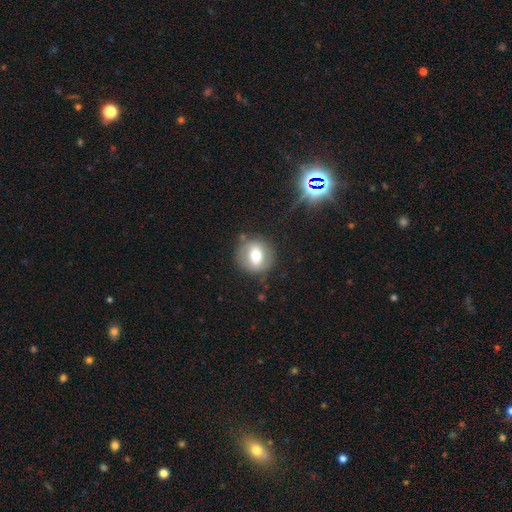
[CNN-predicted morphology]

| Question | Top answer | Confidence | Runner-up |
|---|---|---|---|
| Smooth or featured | smooth | 57% | featured or disk (34%) |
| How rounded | round | 85% | in between (14%) |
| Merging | none | 79% | minor disturbance (13%) |